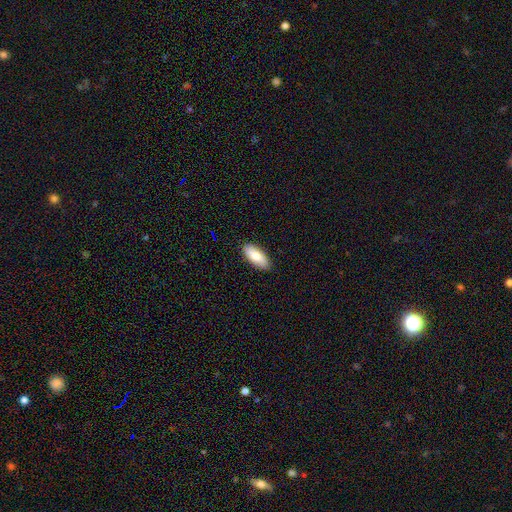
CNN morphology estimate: Q: Smooth or featured?
A: smooth (81%); runner-up: featured or disk (13%)
Q: How rounded?
A: in between (86%); runner-up: cigar-shaped (12%)
Q: Merging?
A: none (88%); runner-up: minor disturbance (9%)